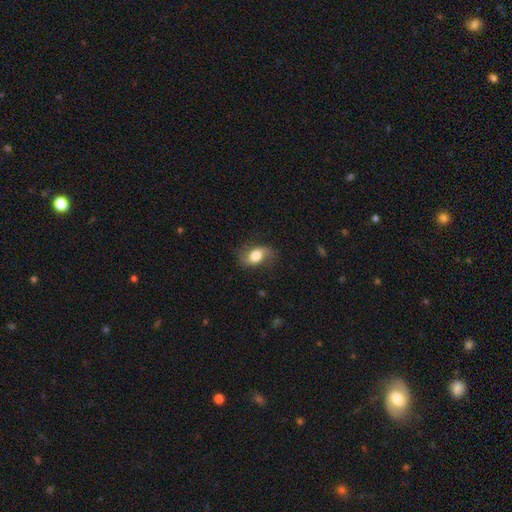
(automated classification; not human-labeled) Smooth or featured?
  - smooth: 58% *
  - featured or disk: 34%
  - star or artifact: 8%
How rounded?
  - in between: 83% *
  - round: 13%
  - cigar-shaped: 3%
Merging?
  - none: 69% *
  - minor disturbance: 21%
  - major disturbance: 9%
  - merger: 1%